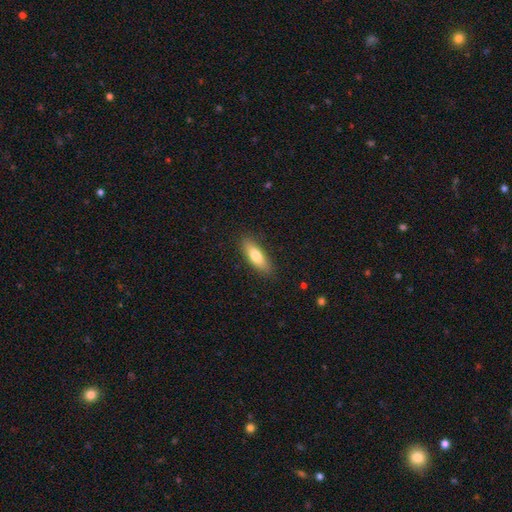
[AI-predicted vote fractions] This appears to be a smooth galaxy with no disk features (76%) that is in between round and cigar-shaped (57%). Merging: none (87%).